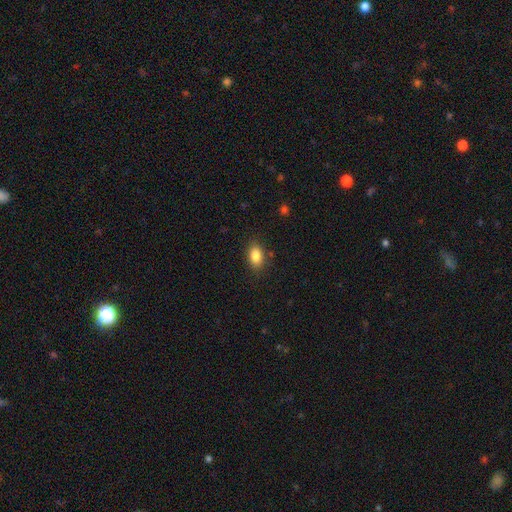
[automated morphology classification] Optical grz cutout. It shows a smooth galaxy with no disk features (85%) that is in between round and cigar-shaped (86%). Merging: none (85%).